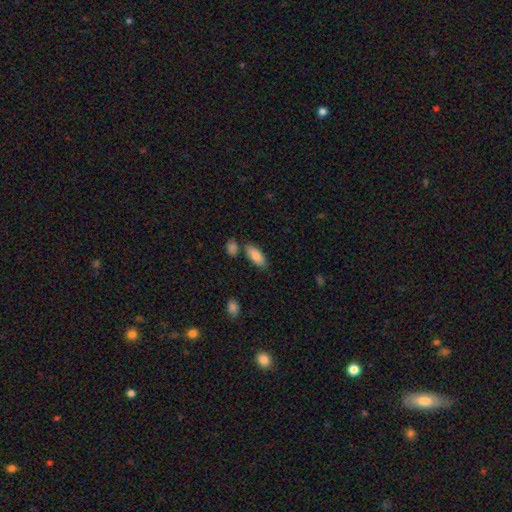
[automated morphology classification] The model was most divided on "how rounded": in between: 79%, cigar-shaped: 19%, round: 2%. More confident: smooth or featured — smooth (86%); merging — none (75%).